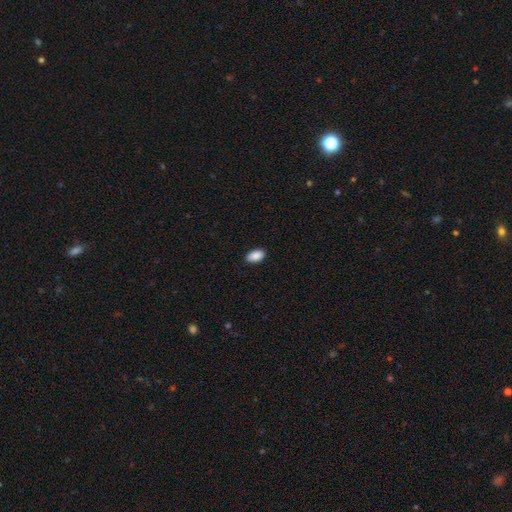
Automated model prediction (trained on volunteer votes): A smooth galaxy with no disk features (89%) that is in between round and cigar-shaped (93%).

Vote fractions:
- Smooth or featured? smooth: 89% / star or artifact: 7% / featured or disk: 3%
- How rounded? in between: 93% / round: 6% / cigar-shaped: 1%
- Merging? none: 89% / minor disturbance: 8% / major disturbance: 2% / merger: 1%